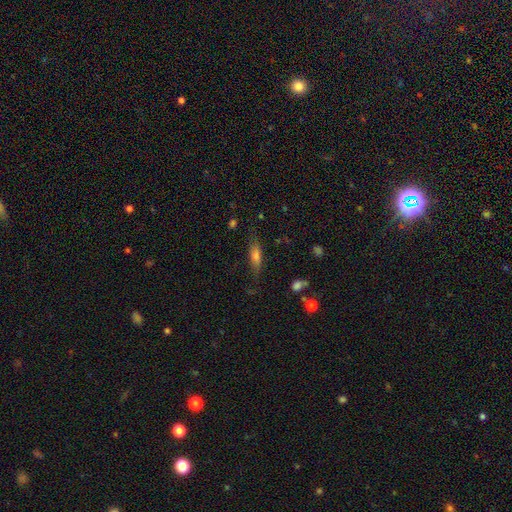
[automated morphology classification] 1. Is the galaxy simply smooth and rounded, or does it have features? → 62% smooth, 29% featured or disk, 9% star or artifact.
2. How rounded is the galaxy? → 59% cigar-shaped, 38% in between, 3% round.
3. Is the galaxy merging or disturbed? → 74% none, 18% minor disturbance, 6% major disturbance, 2% merger.